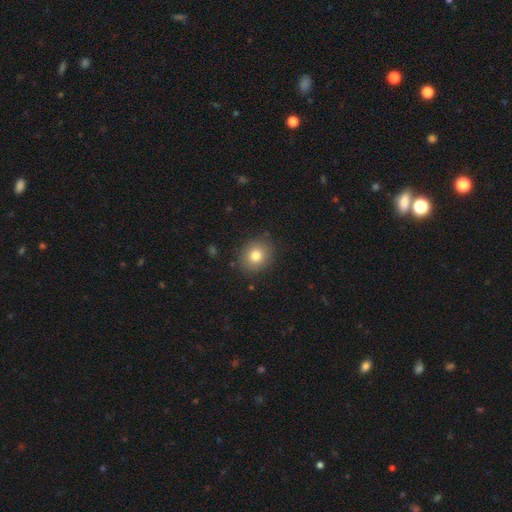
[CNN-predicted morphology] Smooth or featured? smooth (79%)
How rounded? round (73%)
Merging? none (87%)